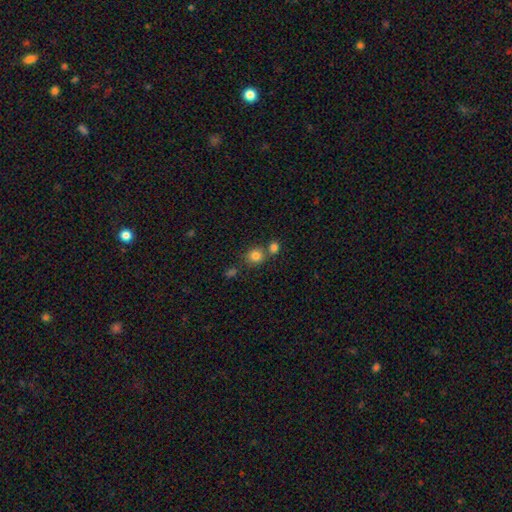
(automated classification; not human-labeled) The model was most divided on "merging": none: 60%, merger: 27%, minor disturbance: 10%, major disturbance: 3%. More confident: smooth or featured — smooth (82%); how rounded — round (78%).